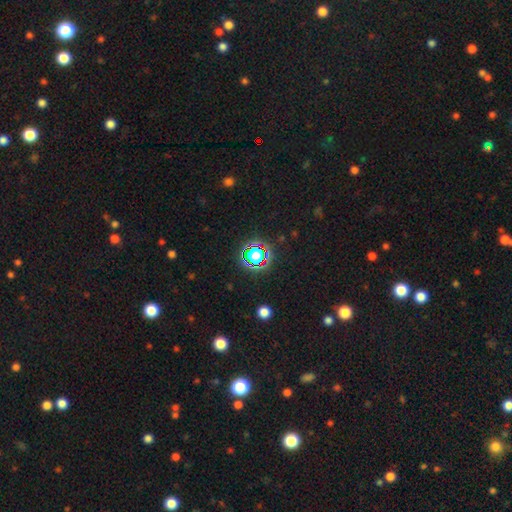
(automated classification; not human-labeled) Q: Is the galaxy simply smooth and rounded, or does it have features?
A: star or artifact — 64%.